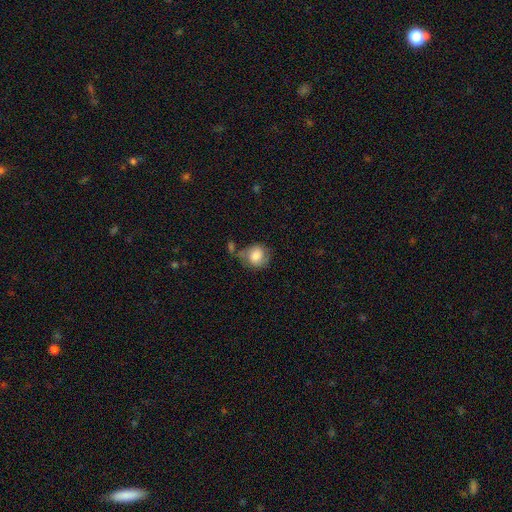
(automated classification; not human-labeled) The model was most divided on "merging": none: 49%, minor disturbance: 26%, merger: 13%, major disturbance: 12%. More confident: how rounded — round (77%); smooth or featured — smooth (77%).